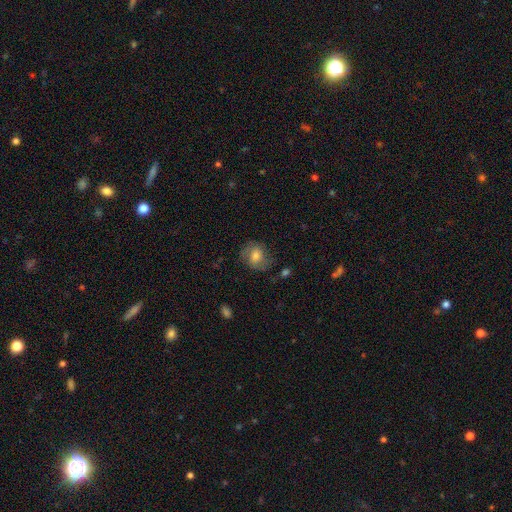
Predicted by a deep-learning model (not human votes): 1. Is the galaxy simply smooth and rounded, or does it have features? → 63% smooth, 28% featured or disk, 9% star or artifact.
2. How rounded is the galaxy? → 60% round, 39% in between, 1% cigar-shaped.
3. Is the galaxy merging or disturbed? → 65% none, 22% minor disturbance, 11% major disturbance, 2% merger.